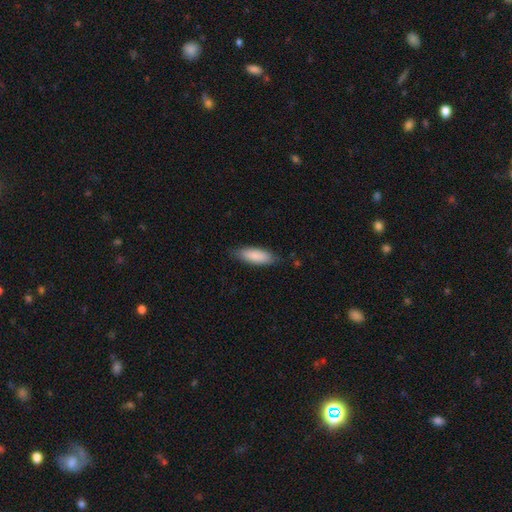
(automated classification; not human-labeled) This is clearly a smooth galaxy (88%). How rounded: likely in between (65%). Merging: clearly none (81%).